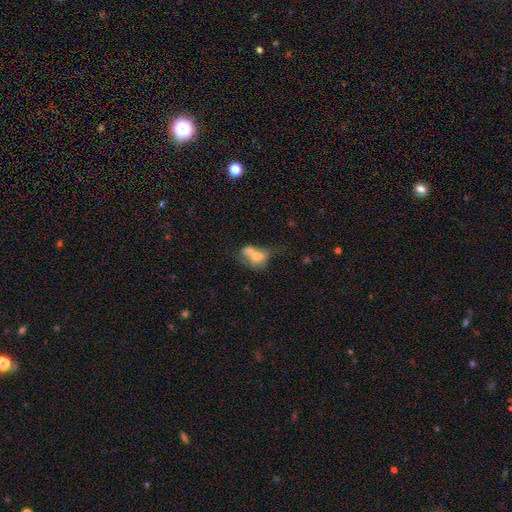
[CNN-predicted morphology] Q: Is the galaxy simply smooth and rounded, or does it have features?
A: smooth — 63%.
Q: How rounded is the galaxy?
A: in between — 58%.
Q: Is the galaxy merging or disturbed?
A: merger — 65%.